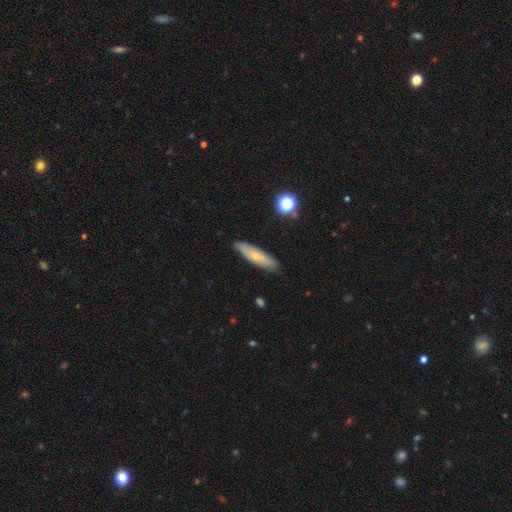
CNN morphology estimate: type=smooth (62%); roundness=cigar-shaped (70%); merging=none (85%).